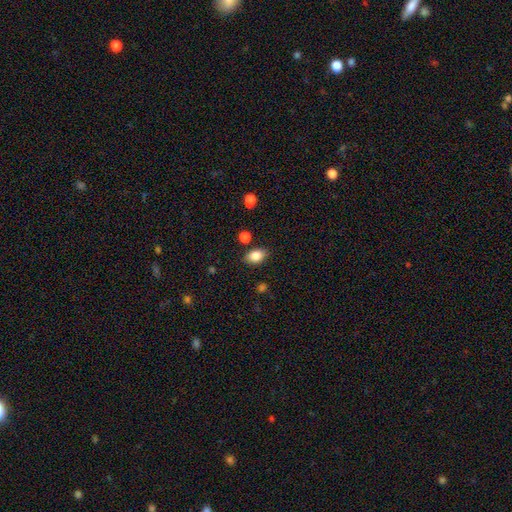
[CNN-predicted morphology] A smooth galaxy with no disk features (83%) that is in between round and cigar-shaped (85%).

Vote fractions:
- Smooth or featured? smooth: 83% / star or artifact: 9% / featured or disk: 8%
- How rounded? in between: 85% / round: 13% / cigar-shaped: 2%
- Merging? none: 83% / minor disturbance: 11% / merger: 3% / major disturbance: 3%